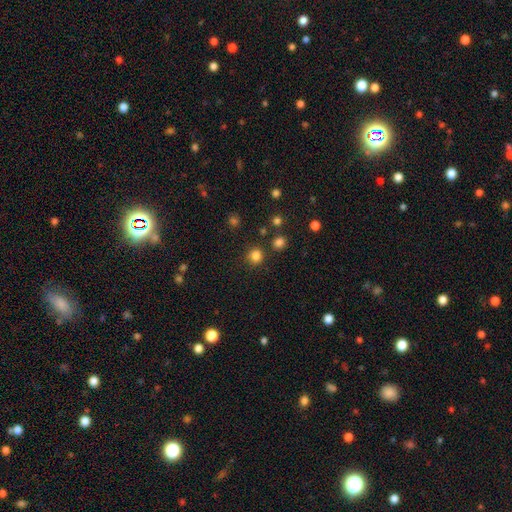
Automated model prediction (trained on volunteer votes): This is clearly a smooth galaxy (82%). How rounded: clearly round (91%). Merging: clearly none (87%).